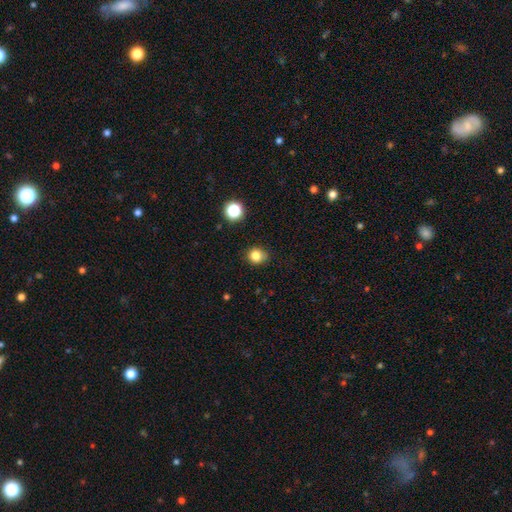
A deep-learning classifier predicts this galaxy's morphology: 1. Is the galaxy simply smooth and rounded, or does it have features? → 82% smooth, 13% star or artifact, 5% featured or disk.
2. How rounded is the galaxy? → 79% round, 21% in between, 1% cigar-shaped.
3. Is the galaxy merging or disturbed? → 84% none, 11% minor disturbance, 3% major disturbance, 2% merger.